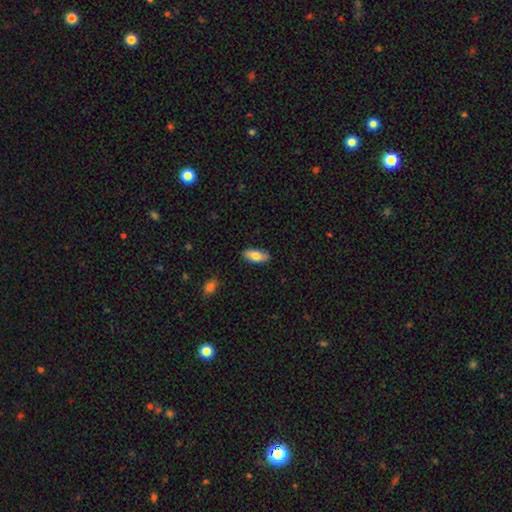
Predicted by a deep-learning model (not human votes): This is likely a smooth galaxy (77%). How rounded: clearly in between (84%). Merging: clearly none (85%).